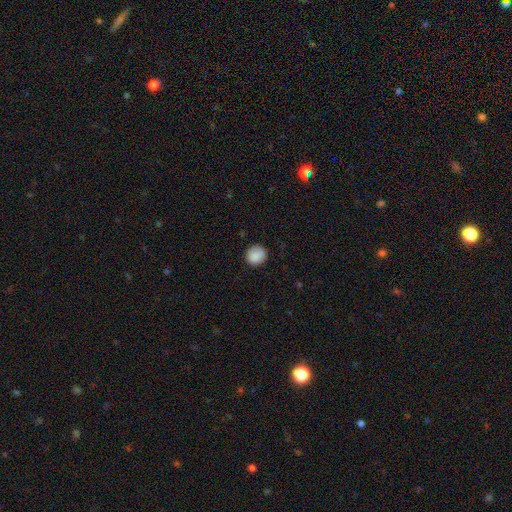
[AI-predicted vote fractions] smooth-or-featured: smooth: 89% | star or artifact: 8% | featured or disk: 3%
  how-rounded: round: 91% | in between: 8% | cigar-shaped: 1%
  merging: none: 87% | minor disturbance: 10% | major disturbance: 2% | merger: 1%